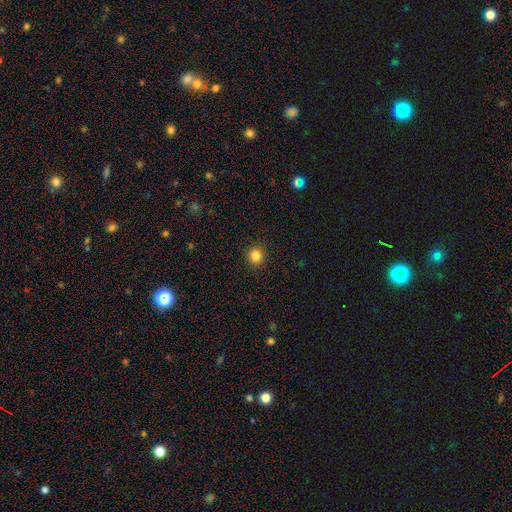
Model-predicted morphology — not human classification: Smooth or featured? smooth (84%)
How rounded? round (90%)
Merging? none (92%)